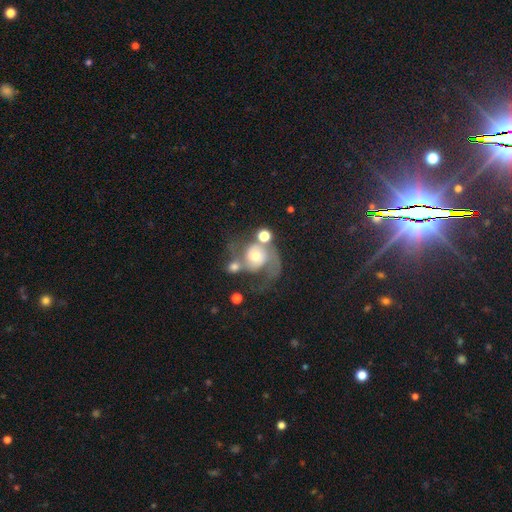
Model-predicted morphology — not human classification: Overall: featured or disk (68%). Edge-on disk: no (97%). Bar: no (72%). Spiral arms: yes (87%). Spiral arm count: 2 (73%). Spiral winding: medium (43%; loose 42%). Bulge size: moderate (50%; small 29%). Merging: none (32%; major disturbance 28%).